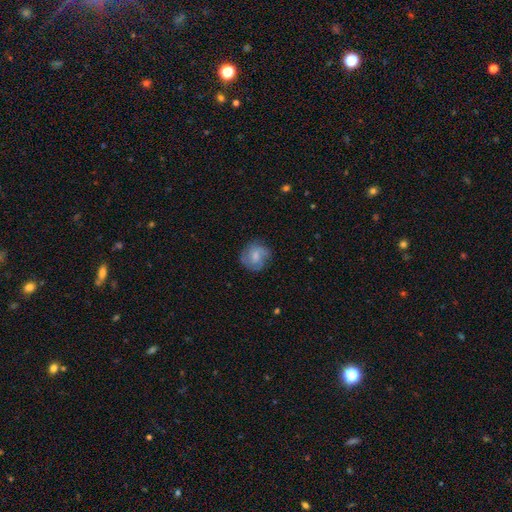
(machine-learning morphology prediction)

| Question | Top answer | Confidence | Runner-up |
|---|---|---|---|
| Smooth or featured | smooth | 56% | featured or disk (37%) |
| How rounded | round | 84% | in between (15%) |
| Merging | none | 74% | minor disturbance (18%) |